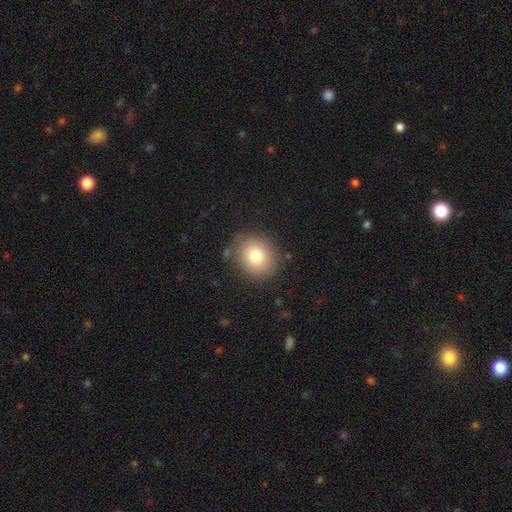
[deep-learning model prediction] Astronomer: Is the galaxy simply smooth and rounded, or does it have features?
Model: smooth — 80%.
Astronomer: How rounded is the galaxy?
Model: round — 75%.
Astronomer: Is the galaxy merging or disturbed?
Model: none — 84%.